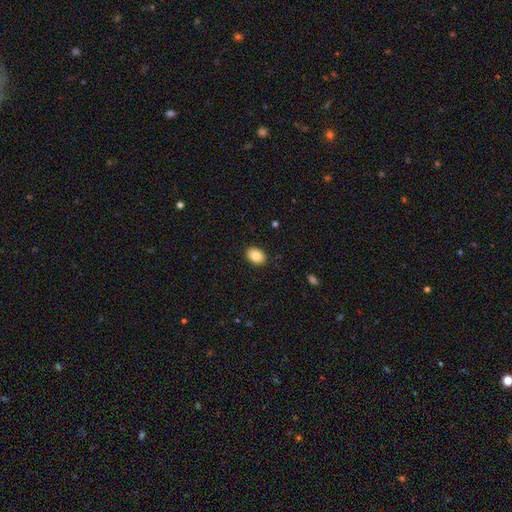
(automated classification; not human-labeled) Q: Smooth or featured?
A: smooth (85%); runner-up: star or artifact (8%)
Q: How rounded?
A: in between (71%); runner-up: round (28%)
Q: Merging?
A: none (90%); runner-up: minor disturbance (7%)